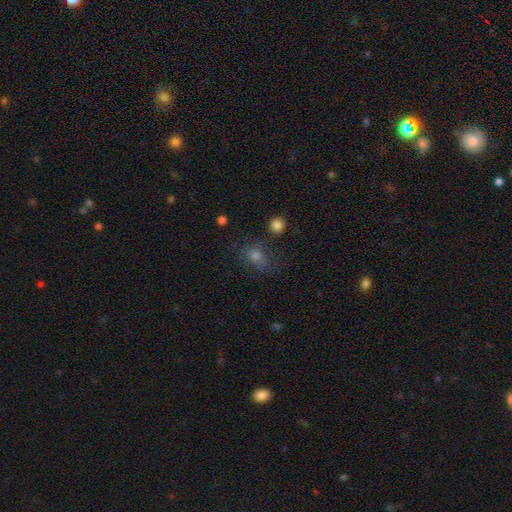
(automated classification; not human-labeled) Smooth or featured? Predicted: smooth (p=0.56). How rounded? Predicted: round (p=0.54). Merging? Predicted: none (p=0.62).